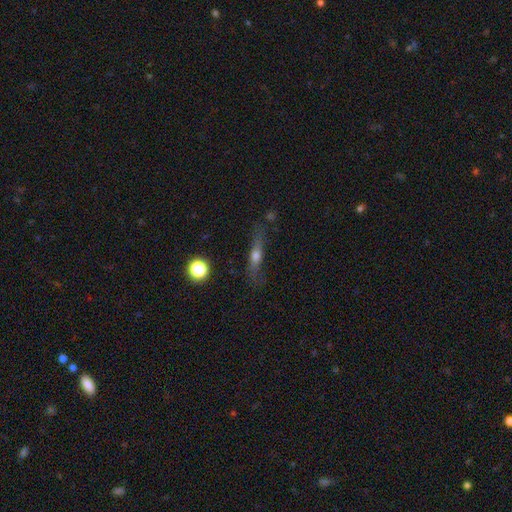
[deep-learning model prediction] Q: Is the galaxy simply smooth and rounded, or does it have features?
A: featured or disk — 51%.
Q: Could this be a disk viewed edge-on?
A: yes — 85%.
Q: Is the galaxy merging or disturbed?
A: none — 74%.